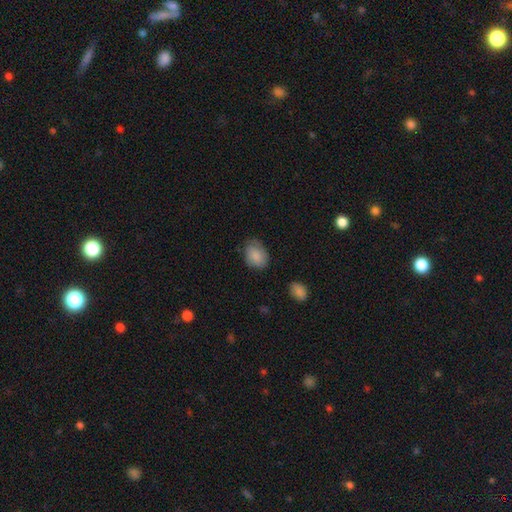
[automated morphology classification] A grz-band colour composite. It shows a smooth galaxy with no disk features (87%) that is in between round and cigar-shaped (69%). Merging: none (71%).